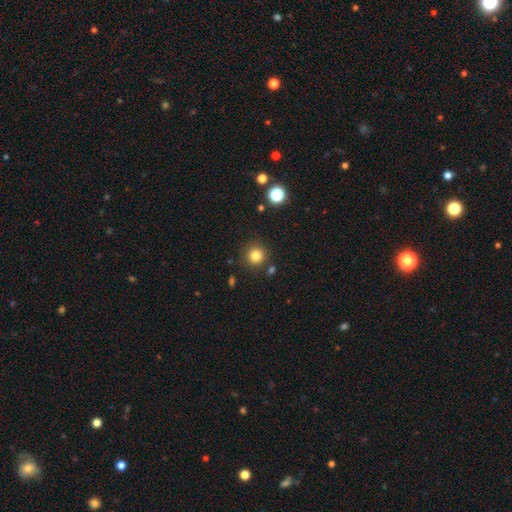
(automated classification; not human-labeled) Smooth or featured? Predicted: smooth (p=0.82). How rounded? Predicted: round (p=0.94). Merging? Predicted: none (p=0.85).